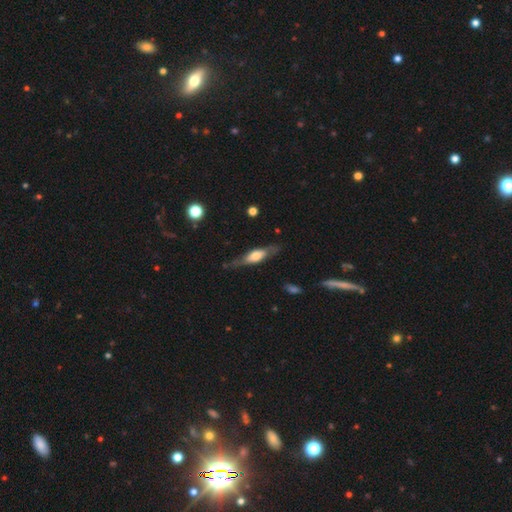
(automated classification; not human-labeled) A featured or disk galaxy (55%) viewed edge-on (77%).

Vote fractions:
- Smooth or featured? featured or disk: 55% / smooth: 39% / star or artifact: 6%
- Edge-on disk? yes: 77% / no: 23%
- Merging? none: 74% / minor disturbance: 18% / major disturbance: 6% / merger: 2%